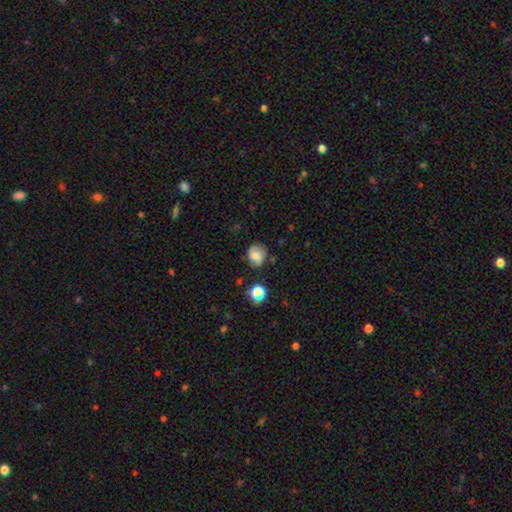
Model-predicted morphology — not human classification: Overall: smooth (60%; featured or disk 29%). How rounded: round (71%). Merging: none (69%).